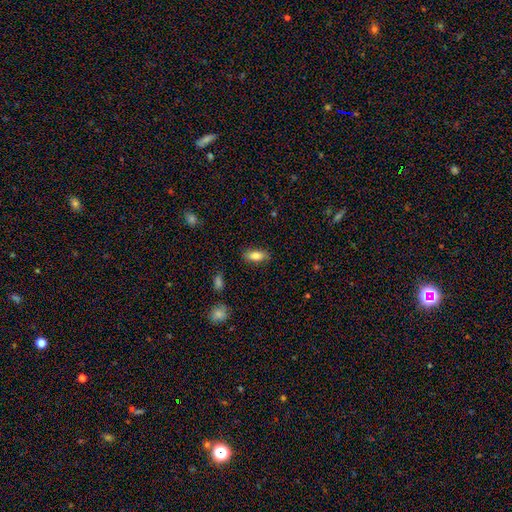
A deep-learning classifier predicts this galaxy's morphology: Smooth or featured? Predicted: smooth (p=0.81). How rounded? Predicted: in between (p=0.82). Merging? Predicted: none (p=0.84).